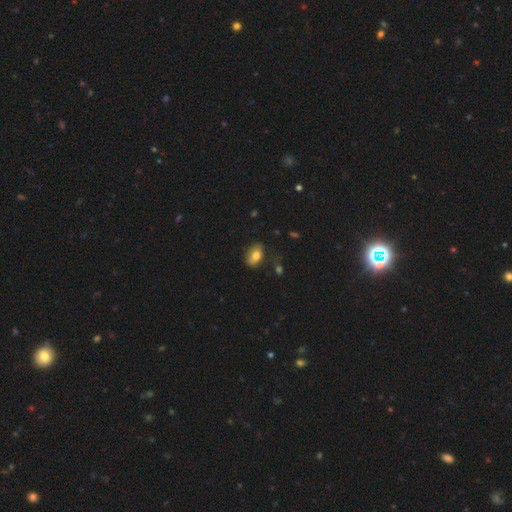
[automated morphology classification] smooth_or_featured: smooth (p=0.76) [alt: featured or disk p=0.15]
how_rounded: in between (p=0.86) [alt: round p=0.11]
merging: none (p=0.75) [alt: minor disturbance p=0.18]